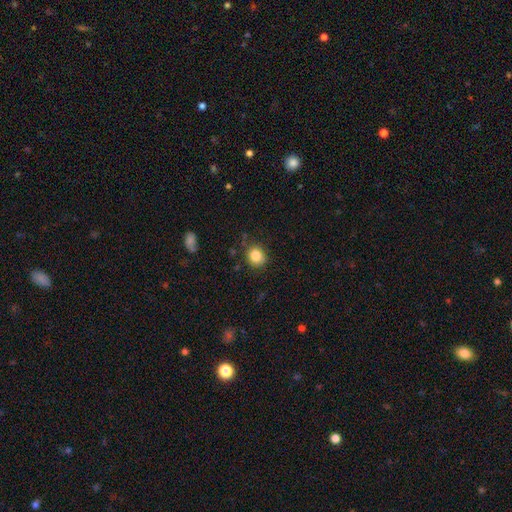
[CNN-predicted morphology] This appears to be a smooth galaxy with no disk features (84%) that is round (80%). Merging: none (83%).